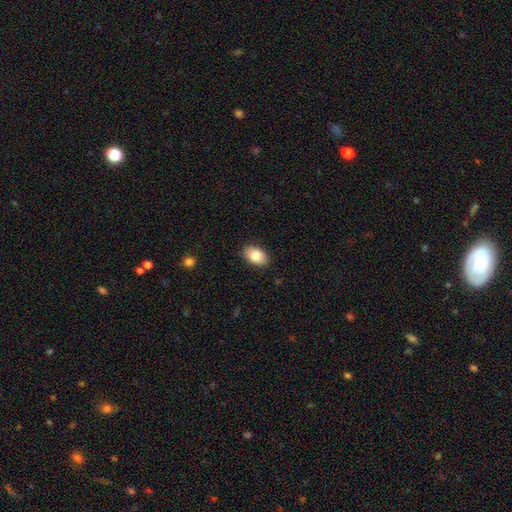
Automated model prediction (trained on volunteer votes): Q: Smooth or featured?
A: smooth (84%); runner-up: featured or disk (9%)
Q: How rounded?
A: in between (88%); runner-up: round (11%)
Q: Merging?
A: none (89%); runner-up: minor disturbance (8%)